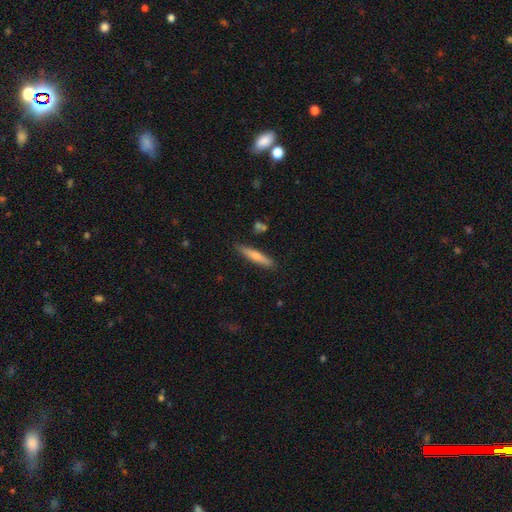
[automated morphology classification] This is possibly a smooth galaxy (51%). How rounded: clearly cigar-shaped (90%). Merging: clearly none (87%).